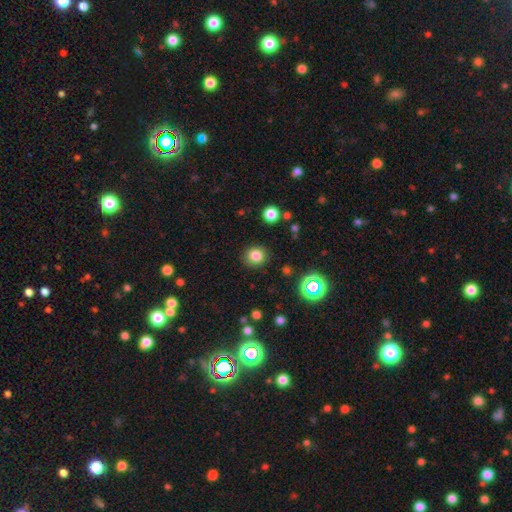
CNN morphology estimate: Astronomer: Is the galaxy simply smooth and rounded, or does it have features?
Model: smooth — 81%.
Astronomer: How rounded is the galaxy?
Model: round — 85%.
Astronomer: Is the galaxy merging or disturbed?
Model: none — 89%.